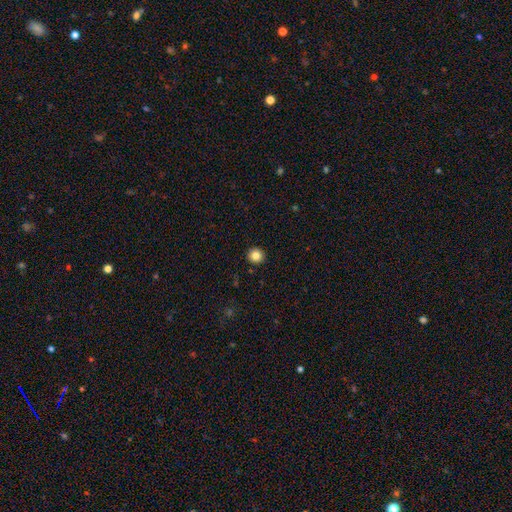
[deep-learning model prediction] A smooth galaxy with no disk features (84%) that is round (95%). Merging: none (94%).